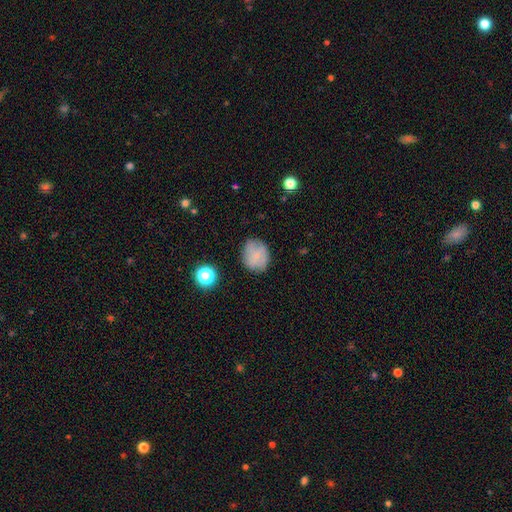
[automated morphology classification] Smooth or featured? Predicted: smooth (p=0.67). How rounded? Predicted: round (p=0.70). Merging? Predicted: none (p=0.76).